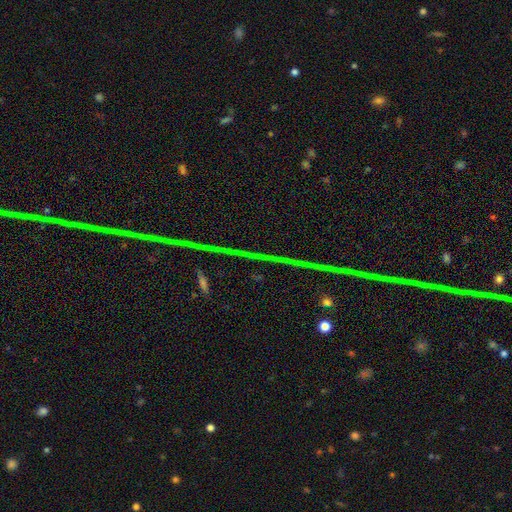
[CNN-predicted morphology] smooth-or-featured: star or artifact: 85% | featured or disk: 8% | smooth: 6%